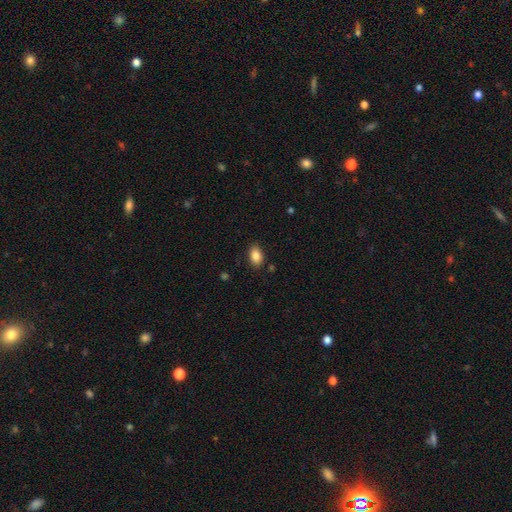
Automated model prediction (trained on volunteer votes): Smooth or featured: smooth — 86% (star or artifact — 8%)
How rounded: in between — 86% (round — 12%)
Merging: none — 86% (minor disturbance — 10%)